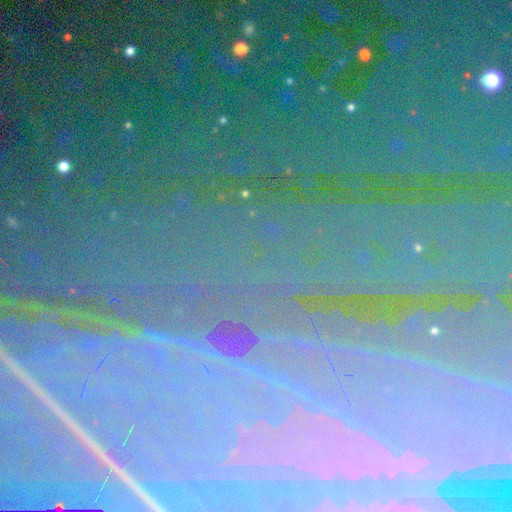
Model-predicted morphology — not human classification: smooth-or-featured: star or artifact: 78% | featured or disk: 12% | smooth: 10%